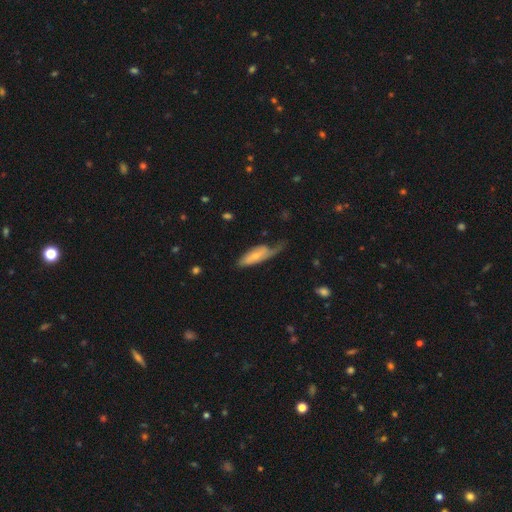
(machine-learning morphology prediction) Smooth or featured?
  - smooth: 52% *
  - featured or disk: 41%
  - star or artifact: 6%
How rounded?
  - in between: 61% *
  - cigar-shaped: 37%
  - round: 2%
Merging?
  - minor disturbance: 34% *
  - major disturbance: 33%
  - none: 30%
  - merger: 3%